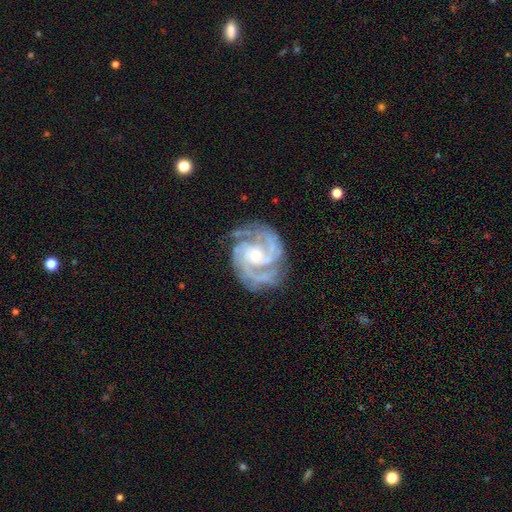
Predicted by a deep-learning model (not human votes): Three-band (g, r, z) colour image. It shows a featured or disk galaxy (93%) with no bar (60%), 2 (43%) tight (57%) spiral arms (99%) and a small central bulge (59%). Merging: none (74%).